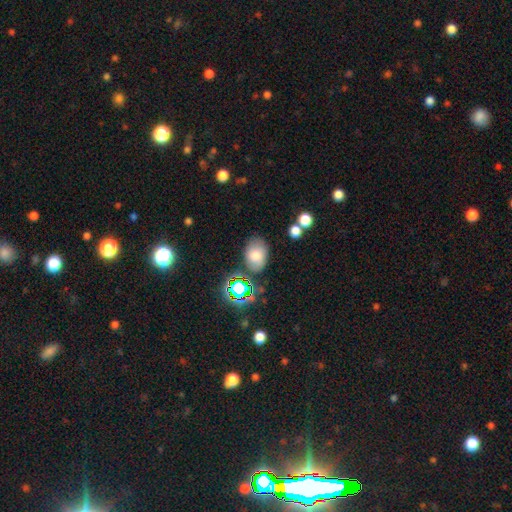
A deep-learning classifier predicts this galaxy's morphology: Smooth or featured?
  - smooth: 67% *
  - star or artifact: 19%
  - featured or disk: 15%
How rounded?
  - in between: 75% *
  - round: 23%
  - cigar-shaped: 1%
Merging?
  - none: 71% *
  - minor disturbance: 19%
  - major disturbance: 6%
  - merger: 5%